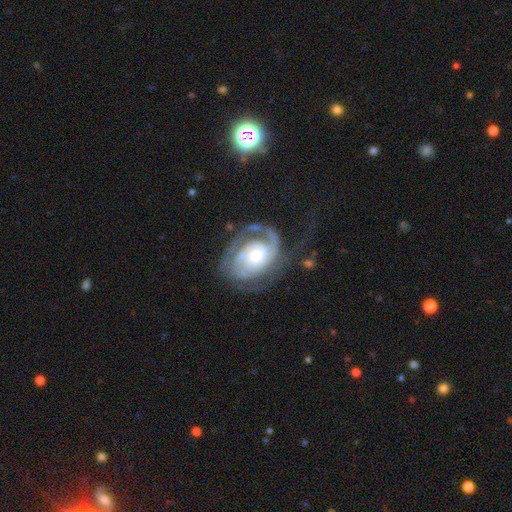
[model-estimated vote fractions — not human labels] Q: Smooth or featured?
A: featured or disk (86%); runner-up: smooth (9%)
Q: Edge-on disk?
A: no (97%); runner-up: yes (3%)
Q: Bar?
A: no (71%); runner-up: weak (22%)
Q: Spiral arms?
A: yes (95%); runner-up: no (5%)
Q: Spiral winding?
A: tight (53%); runner-up: medium (34%)
Q: Spiral arm count?
A: 2 (40%); runner-up: 1 (31%)
Q: Bulge size?
A: moderate (43%); runner-up: small (29%)
Q: Merging?
A: none (55%); runner-up: major disturbance (24%)